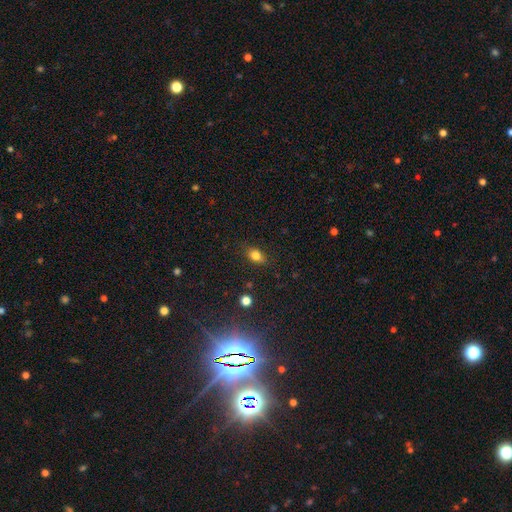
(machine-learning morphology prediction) Overall: smooth (81%). How rounded: in between (77%). Merging: none (84%).